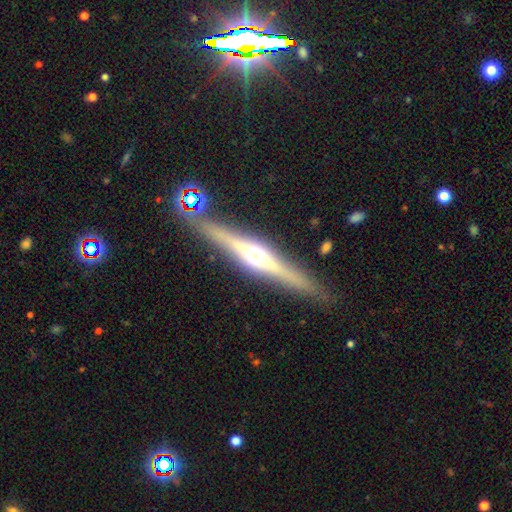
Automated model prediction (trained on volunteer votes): Smooth or featured: featured or disk — 77% (smooth — 16%)
Edge-on disk: yes — 97% (no — 3%)
Edge-on bulge: rounded — 93% (boxy — 5%)
Merging: none — 85% (minor disturbance — 9%)